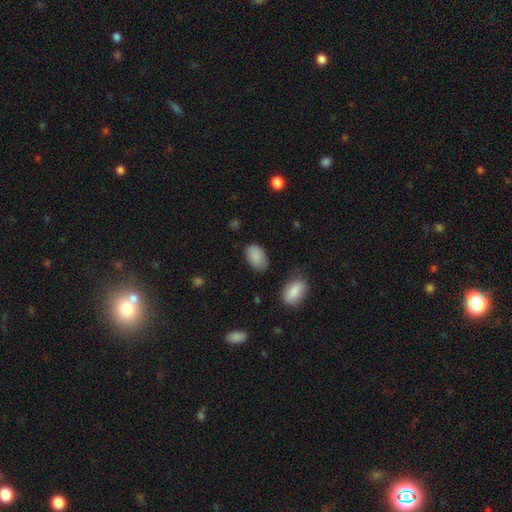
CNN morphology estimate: Smooth or featured: smooth — 88% (star or artifact — 8%)
How rounded: in between — 91% (round — 8%)
Merging: none — 76% (minor disturbance — 18%)